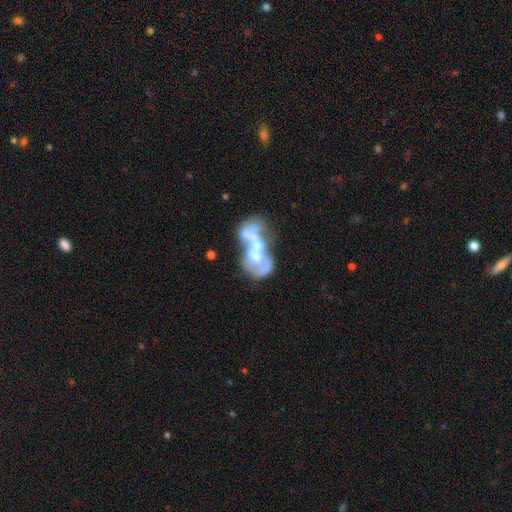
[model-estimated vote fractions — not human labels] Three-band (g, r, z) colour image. It shows a featured or disk galaxy (68%) with no bar (81%), no spiral arms (74%) and a moderate central bulge (56%). Merging: merger (66%).